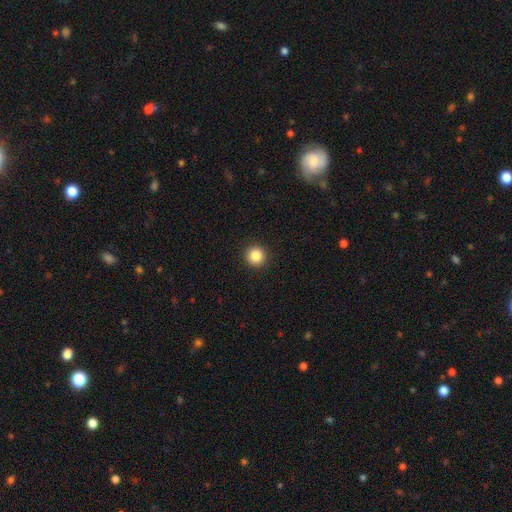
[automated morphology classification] smooth 86%, star or artifact 10%, featured or disk 4%. Down the decision tree: how rounded — round (95%); merging — none (93%).